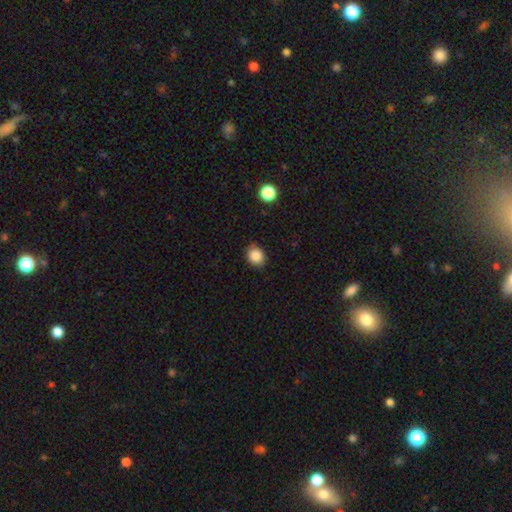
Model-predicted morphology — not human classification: Smooth or featured? smooth (86%)
How rounded? round (59%)
Merging? none (84%)